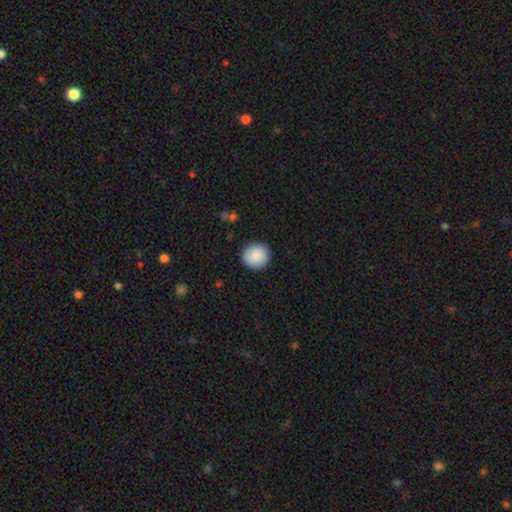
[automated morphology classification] A smooth galaxy with no disk features (89%) that is round (90%).

Vote fractions:
- Smooth or featured? smooth: 89% / star or artifact: 7% / featured or disk: 4%
- How rounded? round: 90% / in between: 9% / cigar-shaped: 1%
- Merging? none: 91% / minor disturbance: 6% / major disturbance: 2% / merger: 1%